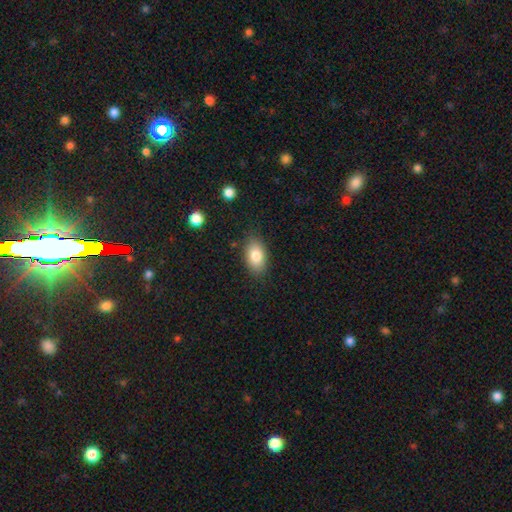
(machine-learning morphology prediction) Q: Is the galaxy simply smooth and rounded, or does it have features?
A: smooth — 83%.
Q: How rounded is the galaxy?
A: in between — 91%.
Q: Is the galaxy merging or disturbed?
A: none — 83%.